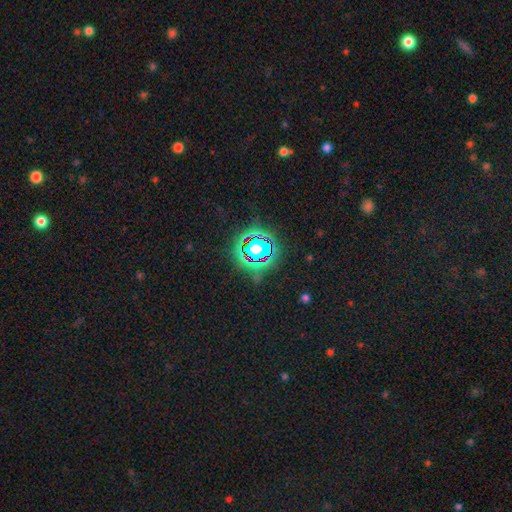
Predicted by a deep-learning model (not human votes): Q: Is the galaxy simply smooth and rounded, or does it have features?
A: star or artifact — 81%.